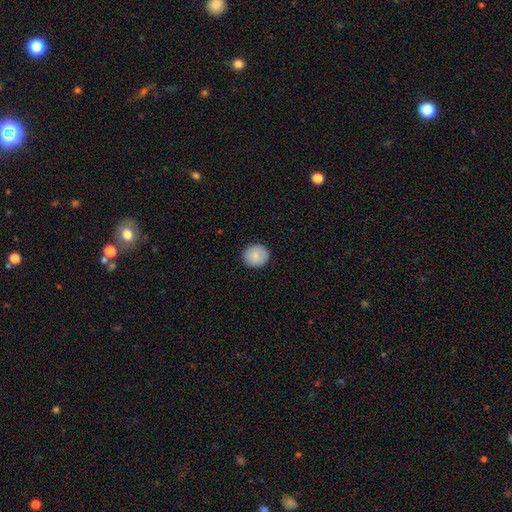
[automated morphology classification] smooth-or-featured: smooth: 87% | star or artifact: 7% | featured or disk: 6%
  how-rounded: round: 90% | in between: 9% | cigar-shaped: 1%
  merging: none: 90% | minor disturbance: 7% | major disturbance: 2% | merger: 1%